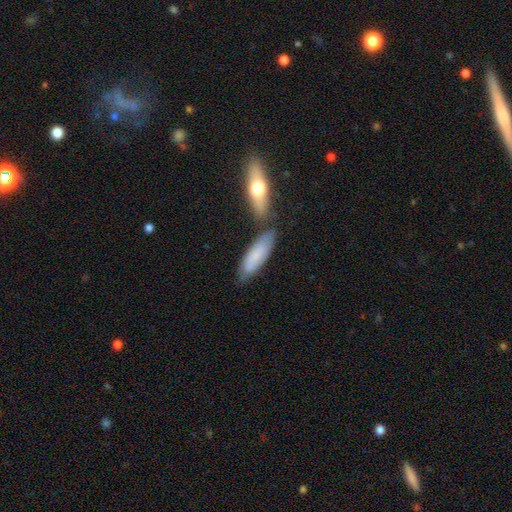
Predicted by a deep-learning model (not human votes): Smooth or featured?
  - smooth: 74% *
  - featured or disk: 20%
  - star or artifact: 6%
How rounded?
  - in between: 52% *
  - cigar-shaped: 46%
  - round: 2%
Merging?
  - none: 66% *
  - minor disturbance: 16%
  - merger: 15%
  - major disturbance: 4%